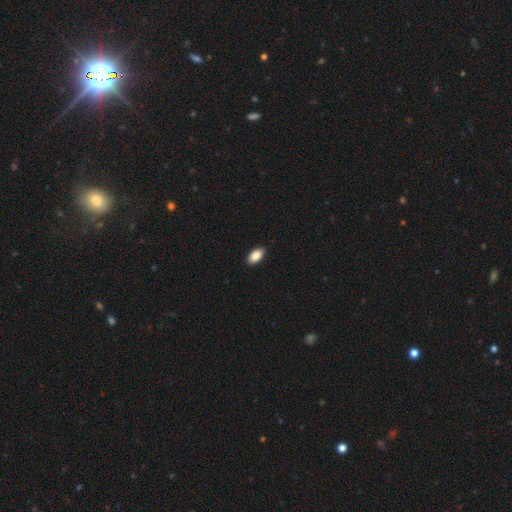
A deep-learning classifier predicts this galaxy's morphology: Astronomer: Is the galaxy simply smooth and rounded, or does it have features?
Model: smooth — 88%.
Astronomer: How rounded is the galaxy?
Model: in between — 94%.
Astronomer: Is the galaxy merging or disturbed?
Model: none — 89%.